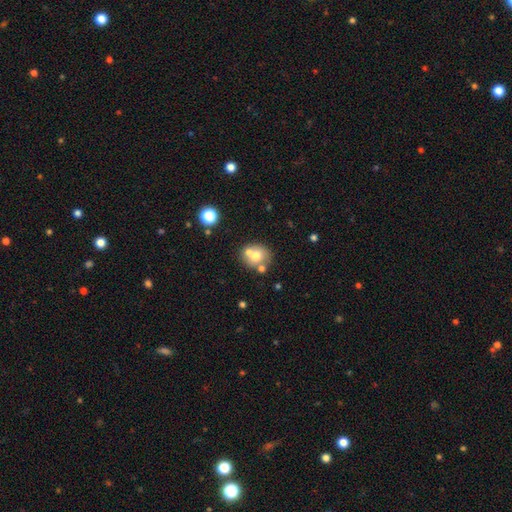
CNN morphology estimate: type=smooth (65%); roundness=round (77%); merging=none (54%).